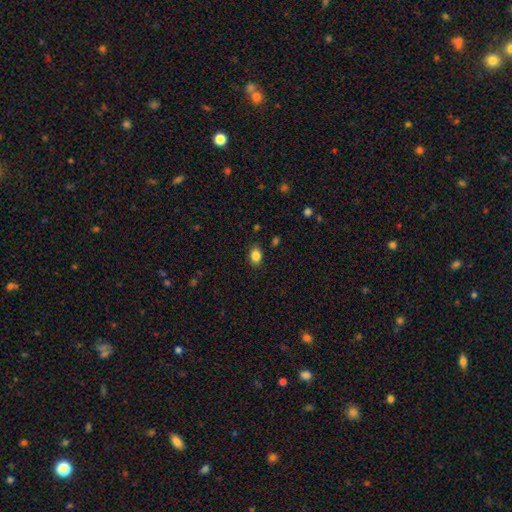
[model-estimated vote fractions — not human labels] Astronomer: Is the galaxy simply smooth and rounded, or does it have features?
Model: smooth — 85%.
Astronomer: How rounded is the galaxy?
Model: in between — 72%.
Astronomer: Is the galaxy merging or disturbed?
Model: none — 86%.